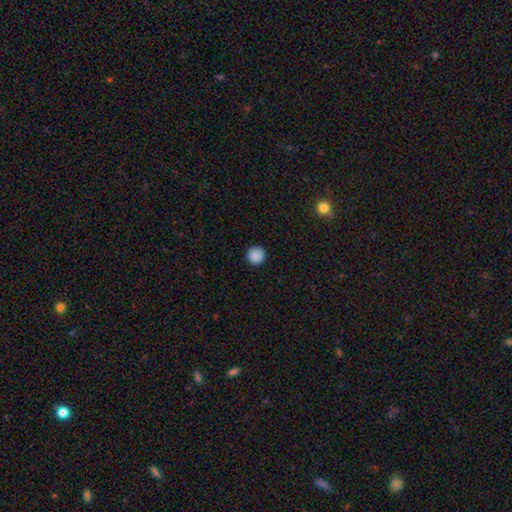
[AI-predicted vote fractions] smooth 89%, star or artifact 9%, featured or disk 2%. Down the decision tree: how rounded — round (96%); merging — none (93%).